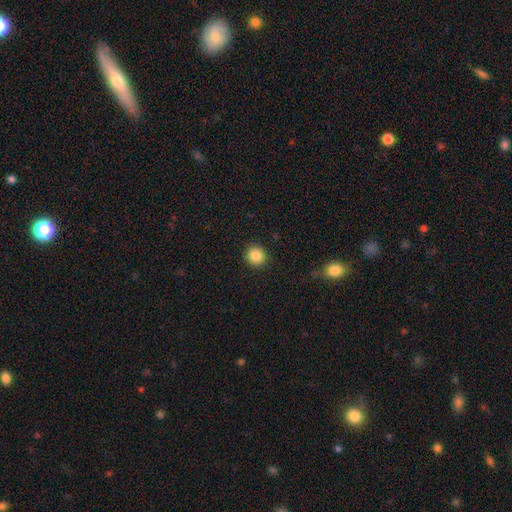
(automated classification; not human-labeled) Smooth or featured? smooth (86%)
How rounded? round (93%)
Merging? none (92%)